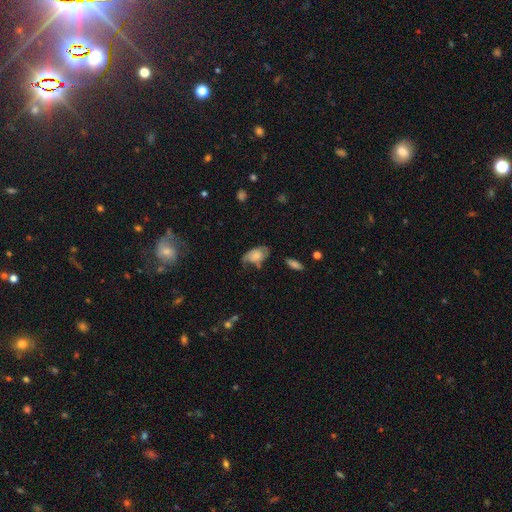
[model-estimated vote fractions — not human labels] This appears to be a smooth galaxy with no disk features (60%) that is in between round and cigar-shaped (90%). Merging: none (42%).